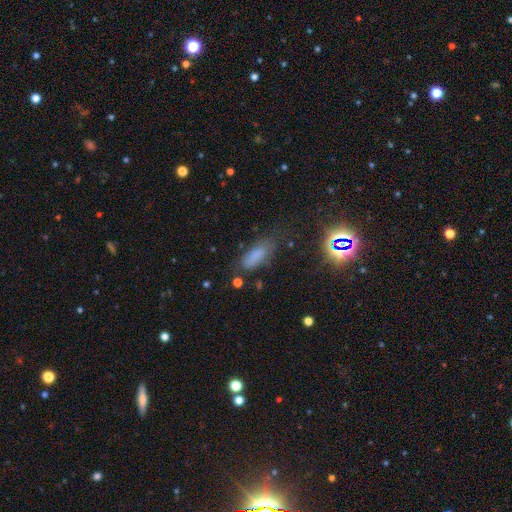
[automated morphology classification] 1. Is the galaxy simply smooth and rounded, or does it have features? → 73% smooth, 17% star or artifact, 11% featured or disk.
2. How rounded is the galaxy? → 71% in between, 26% cigar-shaped, 3% round.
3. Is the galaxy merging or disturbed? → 67% none, 21% minor disturbance, 8% major disturbance, 3% merger.